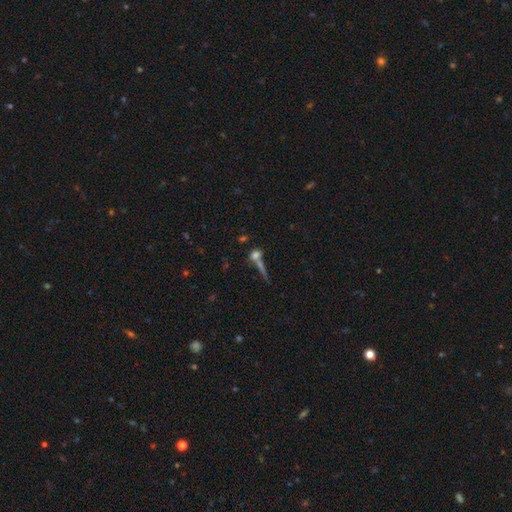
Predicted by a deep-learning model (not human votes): Smooth or featured: smooth — 63% (featured or disk — 20%)
How rounded: round — 41% (in between — 34%)
Merging: none — 43% (merger — 39%)